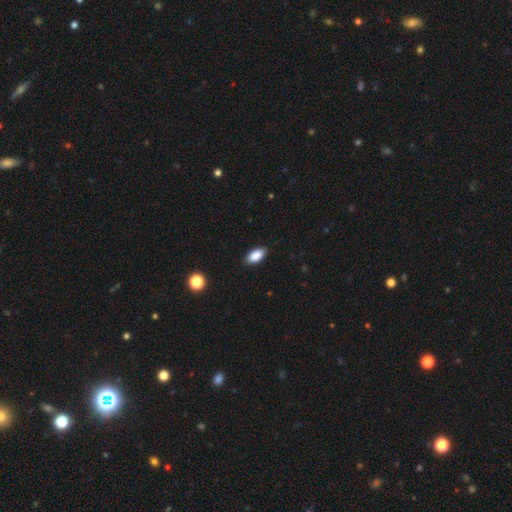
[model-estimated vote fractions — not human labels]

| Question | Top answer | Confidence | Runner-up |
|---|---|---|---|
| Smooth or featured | smooth | 87% | star or artifact (7%) |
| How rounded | in between | 91% | cigar-shaped (6%) |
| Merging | none | 88% | minor disturbance (9%) |